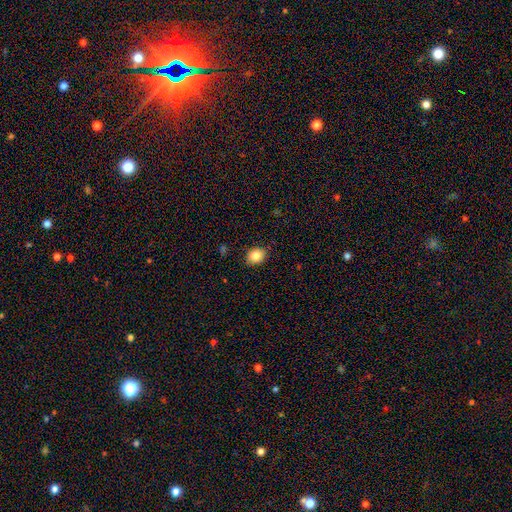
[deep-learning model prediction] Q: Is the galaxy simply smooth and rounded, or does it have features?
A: smooth — 86%.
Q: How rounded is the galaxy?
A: in between — 56%.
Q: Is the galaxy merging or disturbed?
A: none — 85%.